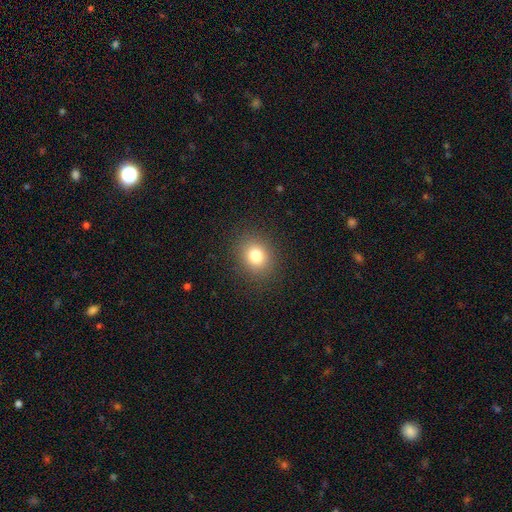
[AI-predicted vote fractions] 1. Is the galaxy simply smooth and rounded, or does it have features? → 79% smooth, 13% star or artifact, 8% featured or disk.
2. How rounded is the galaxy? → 69% round, 30% in between, 1% cigar-shaped.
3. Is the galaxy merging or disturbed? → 89% none, 7% minor disturbance, 3% major disturbance, 1% merger.